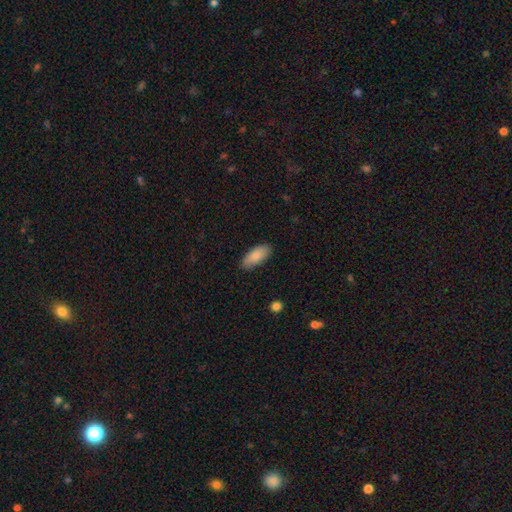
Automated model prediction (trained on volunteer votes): smooth 84%, featured or disk 10%, star or artifact 6%. Down the decision tree: how rounded — in between (86%); merging — none (85%).